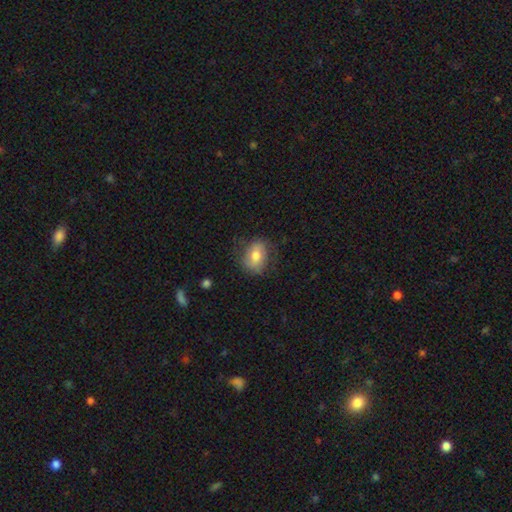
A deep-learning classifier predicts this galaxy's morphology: The model was most divided on "how rounded": in between: 70%, round: 28%, cigar-shaped: 1%. More confident: merging — none (70%); smooth or featured — smooth (69%).